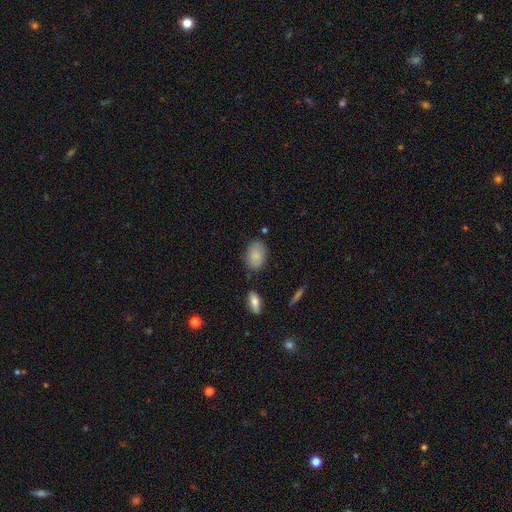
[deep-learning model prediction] This appears to be a smooth galaxy with no disk features (85%) that is in between round and cigar-shaped (84%). Merging: none (76%).